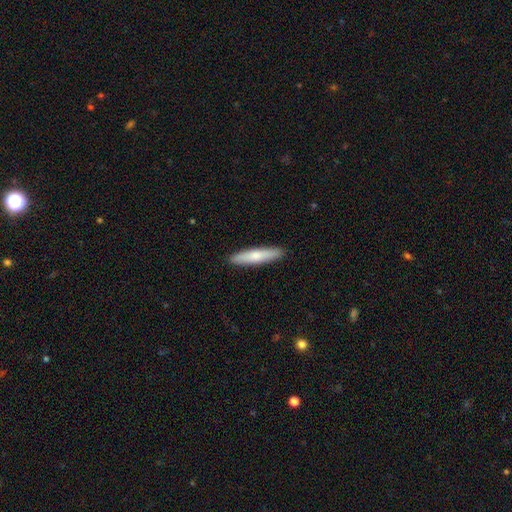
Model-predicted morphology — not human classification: Smooth or featured? Predicted: smooth (p=0.69). How rounded? Predicted: cigar-shaped (p=0.88). Merging? Predicted: none (p=0.91).